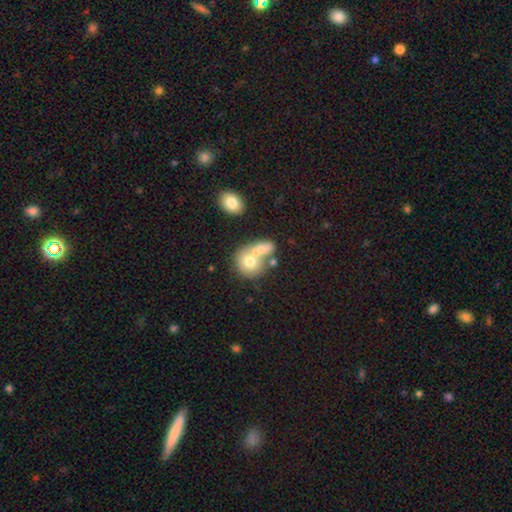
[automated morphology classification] A smooth galaxy with no disk features (63%) that is round (64%). Merging: merger (56%).